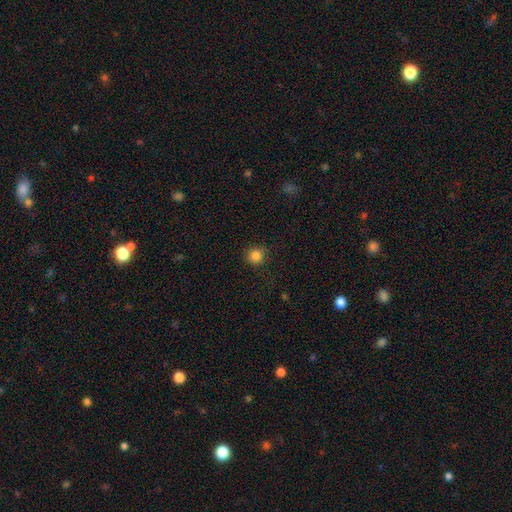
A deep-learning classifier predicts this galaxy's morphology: The model was most divided on "smooth or featured": smooth: 85%, star or artifact: 11%, featured or disk: 4%. More confident: how rounded — round (92%); merging — none (88%).